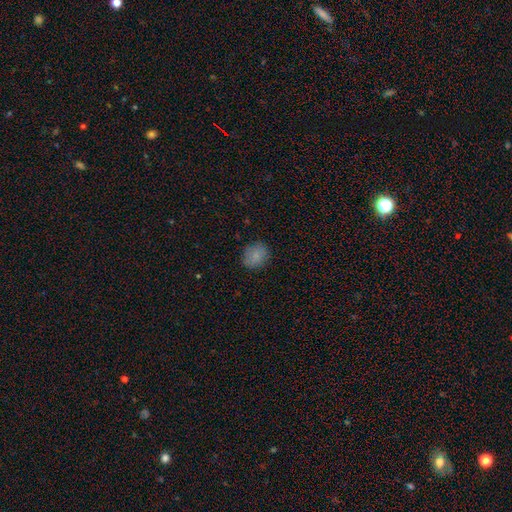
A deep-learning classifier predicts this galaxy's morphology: Smooth or featured? Predicted: smooth (p=0.83). How rounded? Predicted: round (p=0.64). Merging? Predicted: none (p=0.82).